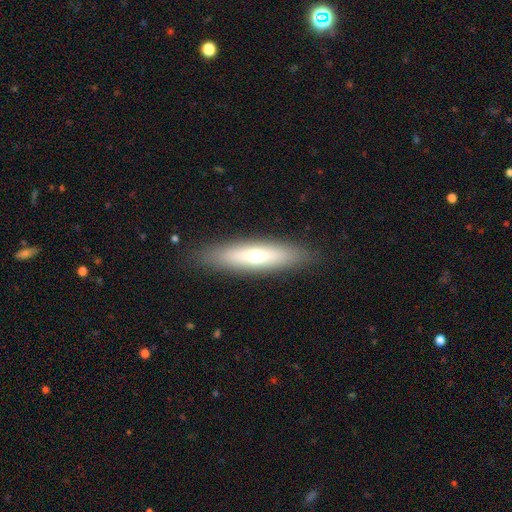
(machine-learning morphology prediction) Smooth or featured: smooth — 57% (featured or disk — 36%)
How rounded: cigar-shaped — 71% (in between — 27%)
Merging: none — 89% (minor disturbance — 8%)